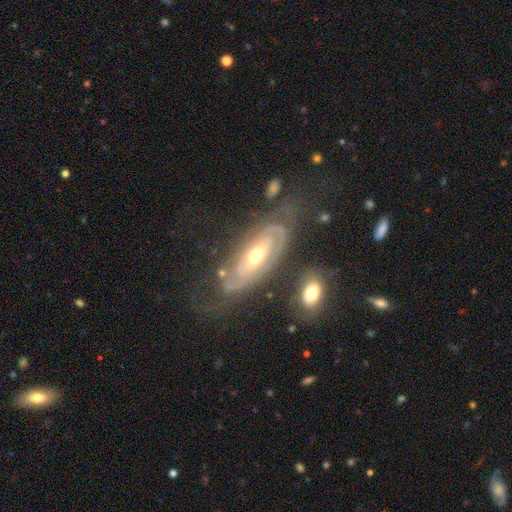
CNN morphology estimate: featured or disk 84%, smooth 10%, star or artifact 5%. Down the decision tree: edge-on disk — no (90%); bar — no (58%); spiral arms — yes (87%); spiral arm count — 2 (44%); spiral winding — tight (66%); bulge size — moderate (66%); merging — none (60%).